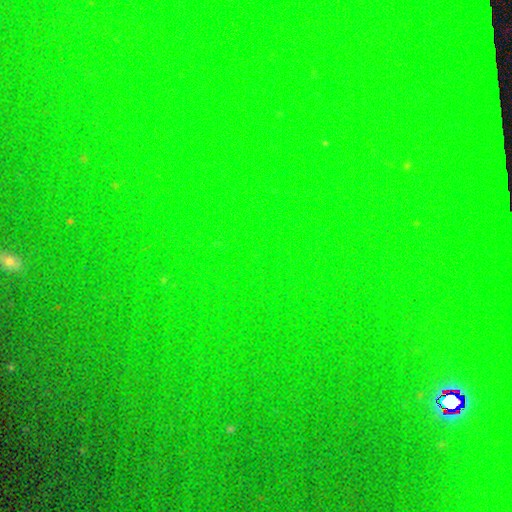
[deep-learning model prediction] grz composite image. It shows a star or artifact, not a galaxy (78%).